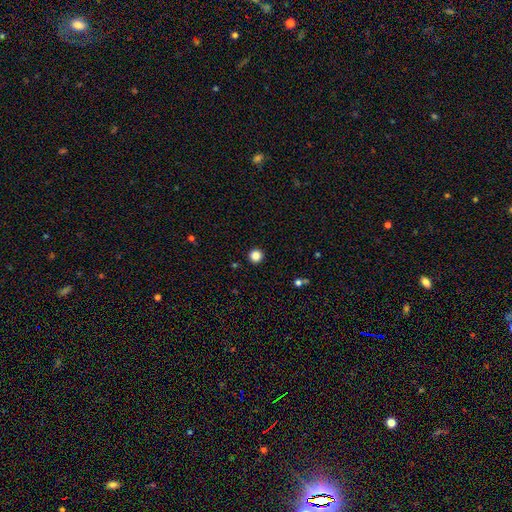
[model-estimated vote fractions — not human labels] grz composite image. It shows a smooth galaxy with no disk features (86%) that is round (96%). Merging: none (94%).